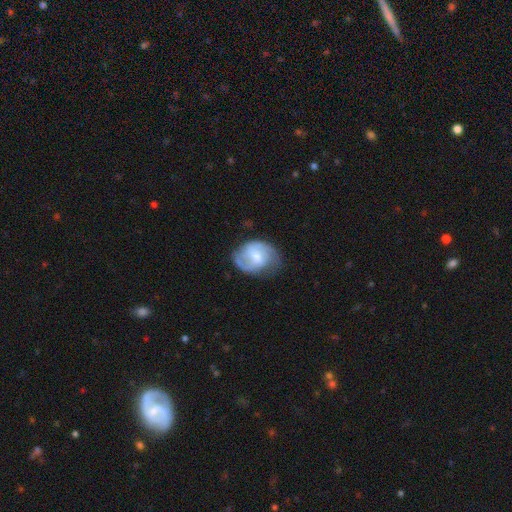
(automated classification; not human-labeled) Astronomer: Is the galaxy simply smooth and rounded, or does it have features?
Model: featured or disk — 65%.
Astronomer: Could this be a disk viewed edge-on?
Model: no — 97%.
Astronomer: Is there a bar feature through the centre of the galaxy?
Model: weak — 56%.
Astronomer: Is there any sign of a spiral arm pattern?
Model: yes — 84%.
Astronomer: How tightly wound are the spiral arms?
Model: medium — 46% (runner-up: tight, 29%).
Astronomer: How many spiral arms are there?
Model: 2 — 68%.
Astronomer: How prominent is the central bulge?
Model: moderate — 44% (runner-up: small, 39%).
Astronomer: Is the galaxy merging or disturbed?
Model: none — 59%.